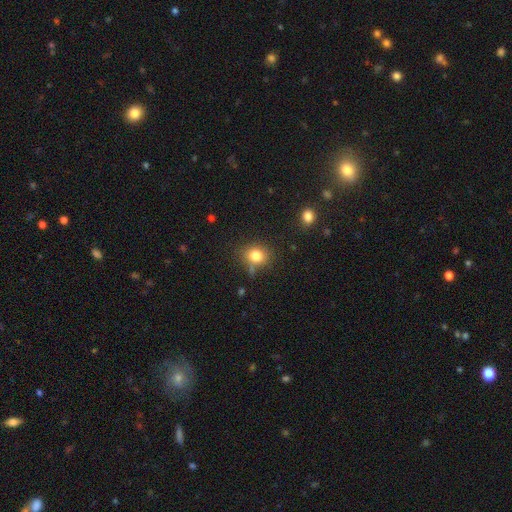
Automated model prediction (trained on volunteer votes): The model was most divided on "how rounded": round: 66%, in between: 33%, cigar-shaped: 1%. More confident: smooth or featured — smooth (80%); merging — none (72%).